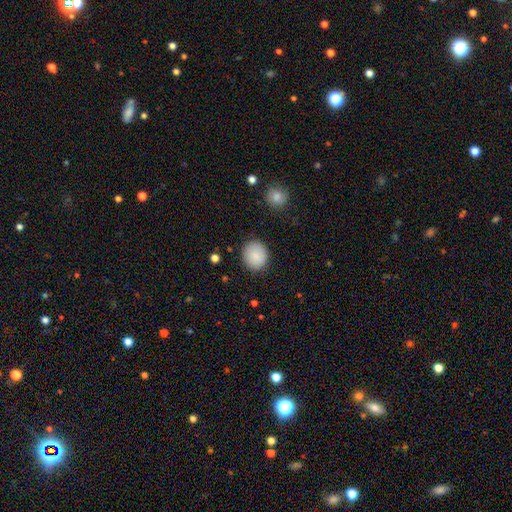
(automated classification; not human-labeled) A smooth galaxy with no disk features (88%) that is round (79%).

Vote fractions:
- Smooth or featured? smooth: 88% / star or artifact: 8% / featured or disk: 4%
- How rounded? round: 79% / in between: 20% / cigar-shaped: 1%
- Merging? none: 87% / minor disturbance: 9% / major disturbance: 3% / merger: 1%